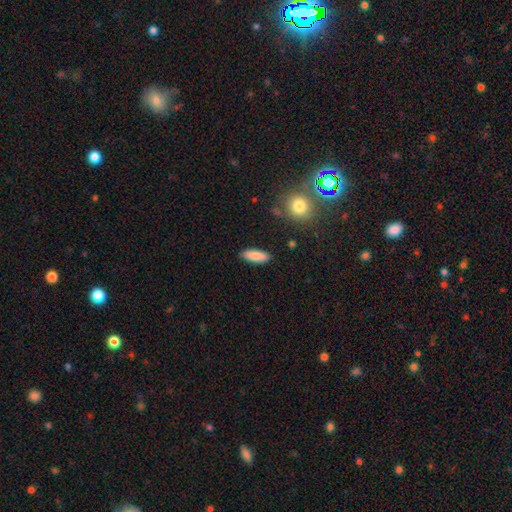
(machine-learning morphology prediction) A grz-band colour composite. It shows a smooth galaxy with no disk features (85%) that is in between round and cigar-shaped (59%). Merging: none (88%).